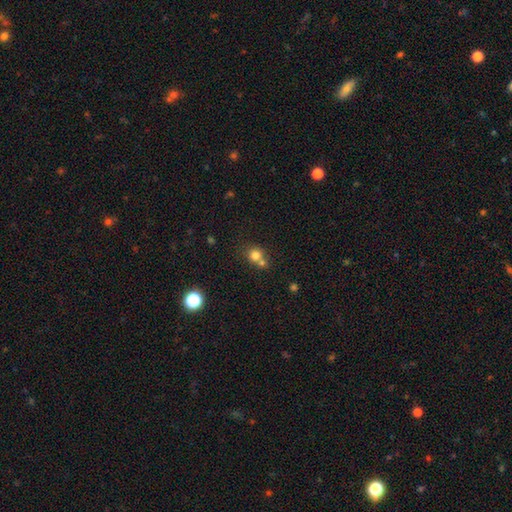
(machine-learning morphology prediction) Smooth or featured? smooth (77%)
How rounded? round (83%)
Merging? merger (47%)